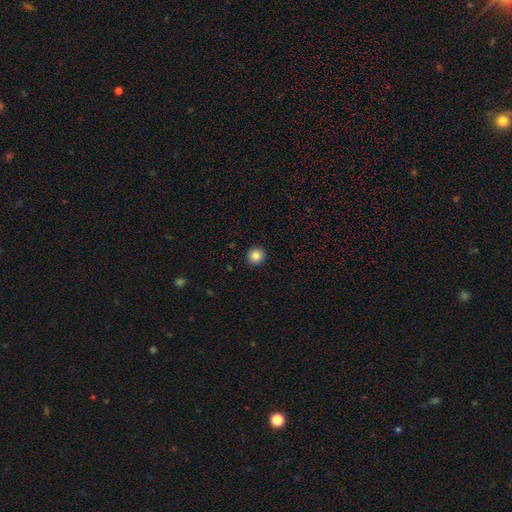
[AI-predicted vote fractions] Morphology: type=smooth (84%); roundness=round (92%); merging=none (93%).